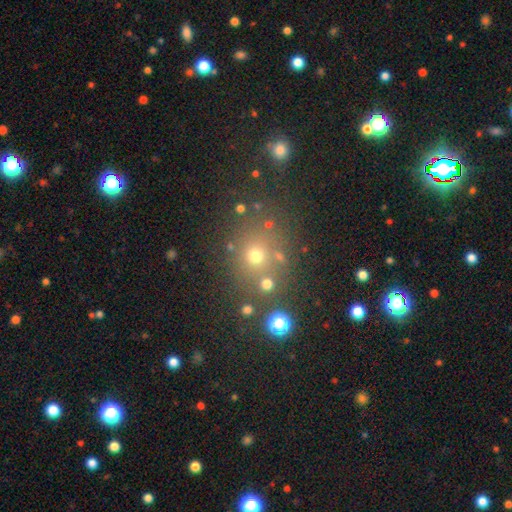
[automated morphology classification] smooth-or-featured: smooth: 59% | star or artifact: 28% | featured or disk: 12%
  how-rounded: round: 79% | in between: 20% | cigar-shaped: 1%
  merging: none: 72% | minor disturbance: 11% | merger: 10% | major disturbance: 6%